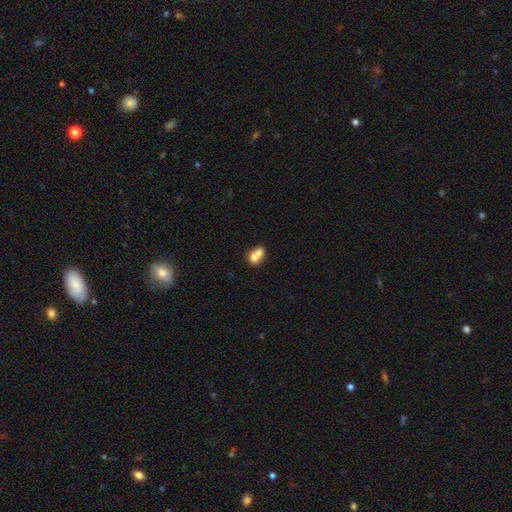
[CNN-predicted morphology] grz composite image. It shows a smooth galaxy with no disk features (69%) that is round (56%). Merging: merger (68%).